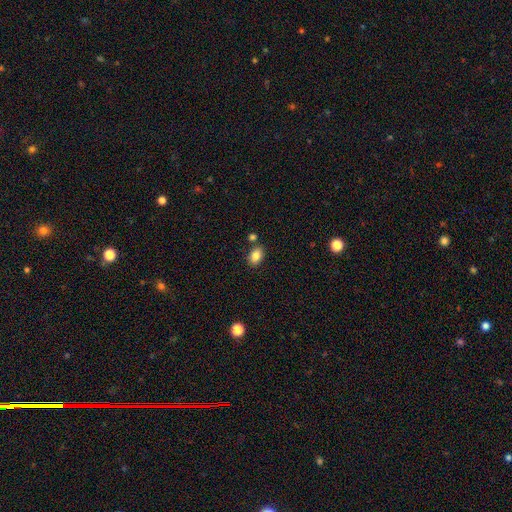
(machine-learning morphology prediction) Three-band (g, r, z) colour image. It shows a smooth galaxy with no disk features (84%) that is in between round and cigar-shaped (82%). Merging: none (78%).